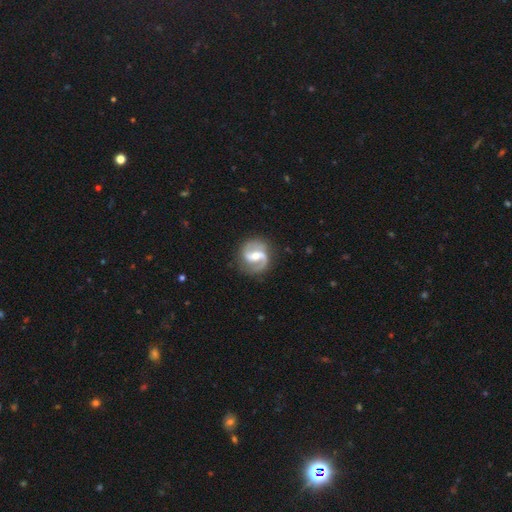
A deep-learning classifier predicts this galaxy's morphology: Overall: featured or disk (89%). Edge-on disk: no (98%). Bar: weak (45%; strong 34%). Spiral arms: yes (97%). Spiral arm count: 2 (91%). Spiral winding: medium (55%; loose 25%). Bulge size: moderate (65%; small 28%). Merging: none (83%).